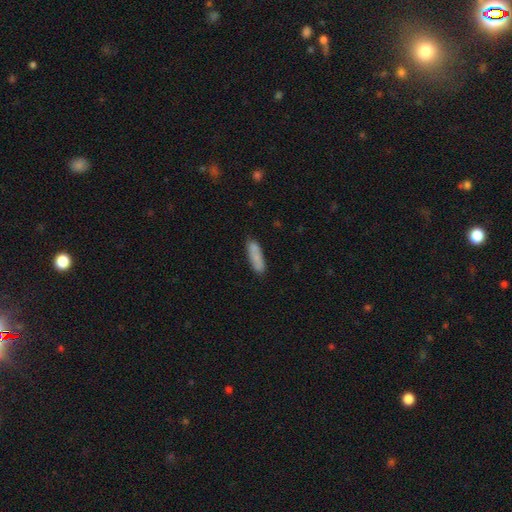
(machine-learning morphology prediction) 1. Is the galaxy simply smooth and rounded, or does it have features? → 80% smooth, 14% featured or disk, 6% star or artifact.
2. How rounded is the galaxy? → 59% cigar-shaped, 39% in between, 2% round.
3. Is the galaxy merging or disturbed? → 78% none, 15% minor disturbance, 4% merger, 3% major disturbance.